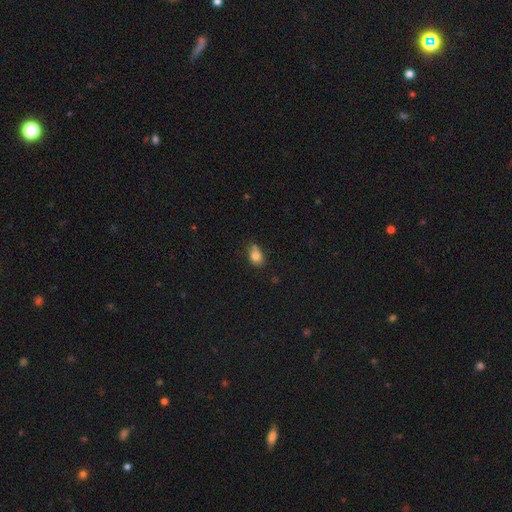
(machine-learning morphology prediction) Overall: smooth (80%). How rounded: in between (65%; round 34%). Merging: none (57%; minor disturbance 24%).